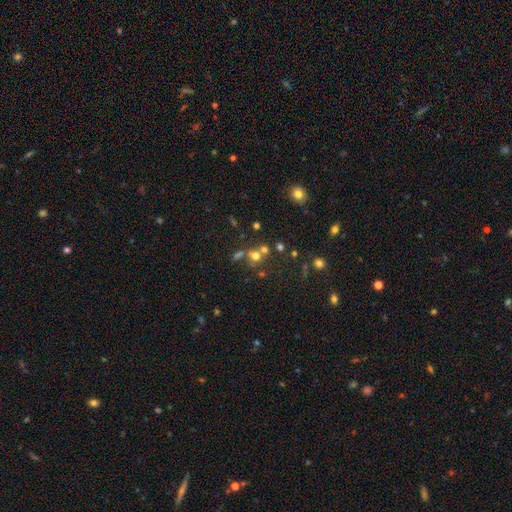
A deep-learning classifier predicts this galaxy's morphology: A smooth galaxy with no disk features (60%) that is round (80%).

Vote fractions:
- Smooth or featured? smooth: 60% / star or artifact: 25% / featured or disk: 15%
- How rounded? round: 80% / in between: 18% / cigar-shaped: 1%
- Merging? none: 49% / merger: 35% / minor disturbance: 9% / major disturbance: 6%